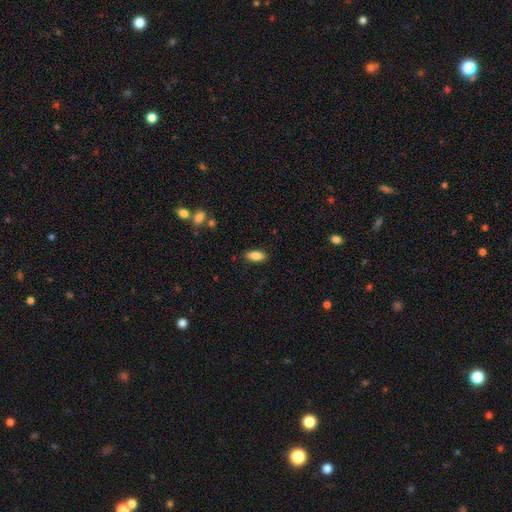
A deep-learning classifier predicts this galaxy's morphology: smooth-or-featured: smooth: 85% | featured or disk: 8% | star or artifact: 7%
  how-rounded: in between: 82% | cigar-shaped: 16% | round: 2%
  merging: none: 86% | minor disturbance: 10% | major disturbance: 2% | merger: 1%